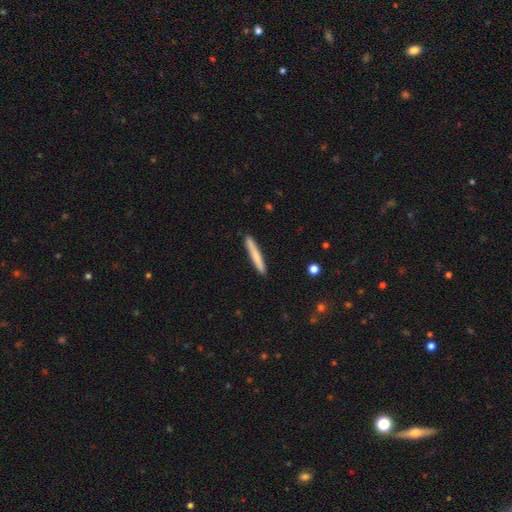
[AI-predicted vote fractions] Smooth or featured: smooth — 75% (featured or disk — 20%)
How rounded: cigar-shaped — 96% (in between — 3%)
Merging: none — 90% (minor disturbance — 7%)